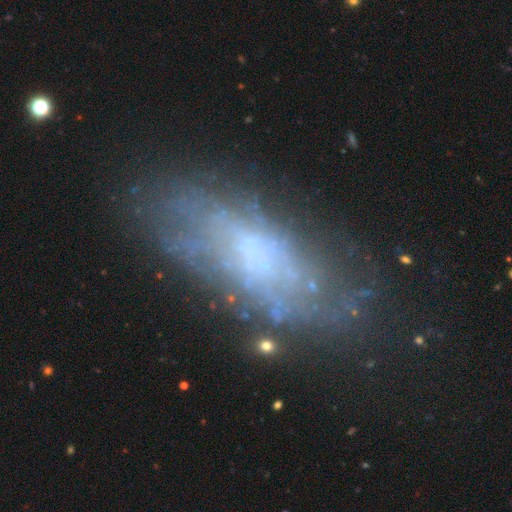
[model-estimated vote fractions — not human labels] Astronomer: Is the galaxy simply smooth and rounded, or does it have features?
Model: featured or disk — 59%.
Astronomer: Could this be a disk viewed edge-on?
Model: no — 84%.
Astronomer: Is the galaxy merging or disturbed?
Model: none — 62%.